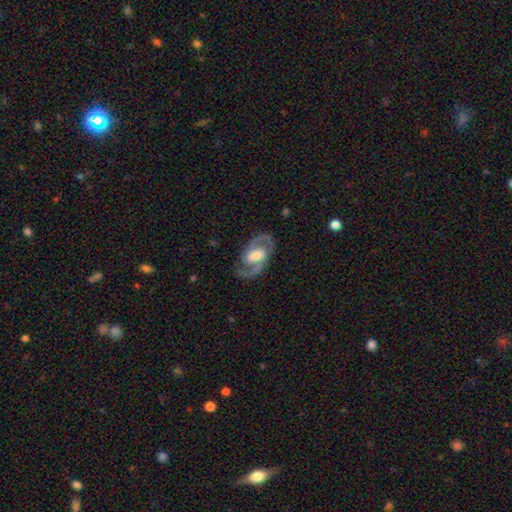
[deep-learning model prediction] Q: Smooth or featured?
A: featured or disk (89%); runner-up: smooth (7%)
Q: Edge-on disk?
A: no (97%); runner-up: yes (3%)
Q: Bar?
A: weak (44%); runner-up: strong (31%)
Q: Spiral arms?
A: yes (96%); runner-up: no (4%)
Q: Spiral winding?
A: medium (61%); runner-up: tight (24%)
Q: Spiral arm count?
A: 2 (93%); runner-up: can't tell (2%)
Q: Bulge size?
A: moderate (57%); runner-up: small (25%)
Q: Merging?
A: none (84%); runner-up: minor disturbance (10%)